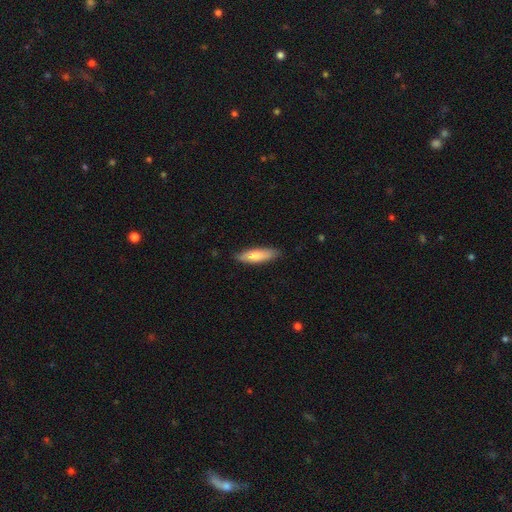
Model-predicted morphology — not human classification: This is likely a smooth galaxy (77%). How rounded: possibly cigar-shaped (57%). Merging: clearly none (84%).